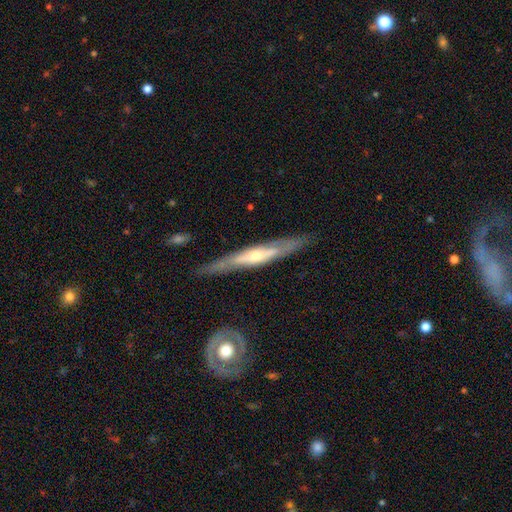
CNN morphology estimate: Smooth or featured: featured or disk — 72% (smooth — 23%)
Edge-on disk: yes — 79% (no — 21%)
Edge-on bulge: rounded — 74% (none — 20%)
Merging: none — 79% (minor disturbance — 15%)